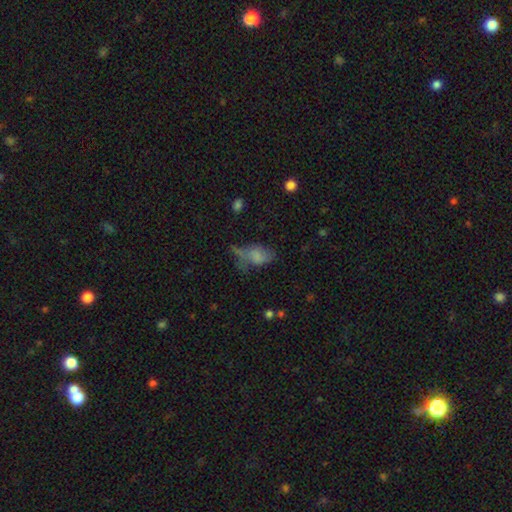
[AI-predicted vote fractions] Smooth or featured? Predicted: smooth (p=0.61). How rounded? Predicted: in between (p=0.86). Merging? Predicted: major disturbance (p=0.32).